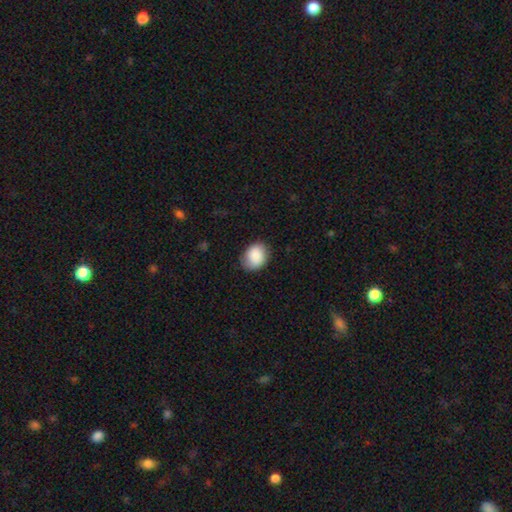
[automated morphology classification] Smooth or featured? smooth (86%)
How rounded? in between (56%)
Merging? none (74%)